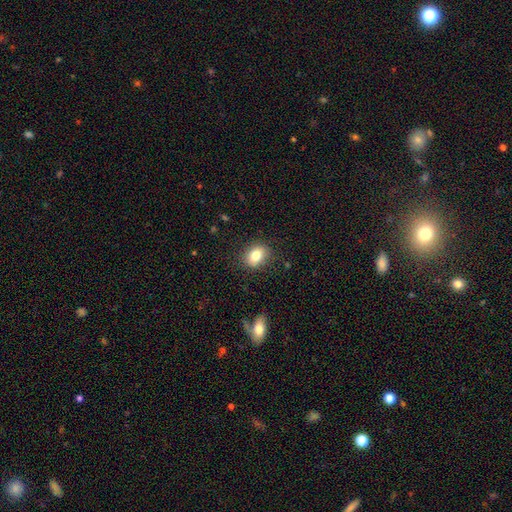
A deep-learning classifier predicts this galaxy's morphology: The model was most divided on "how rounded": in between: 64%, round: 35%, cigar-shaped: 1%. More confident: merging — none (86%); smooth or featured — smooth (80%).